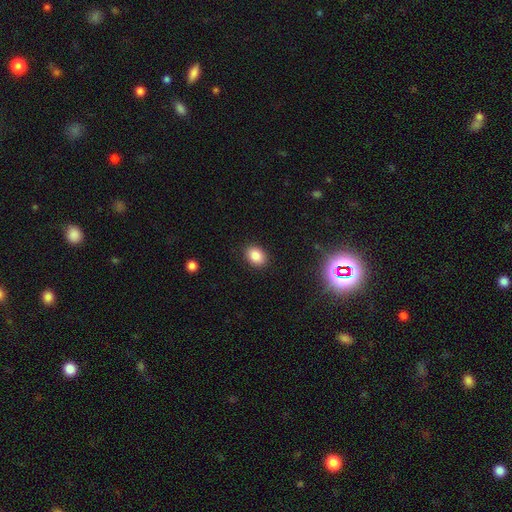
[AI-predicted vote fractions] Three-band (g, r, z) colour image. It shows a smooth galaxy with no disk features (85%) that is in between round and cigar-shaped (66%). Merging: none (88%).